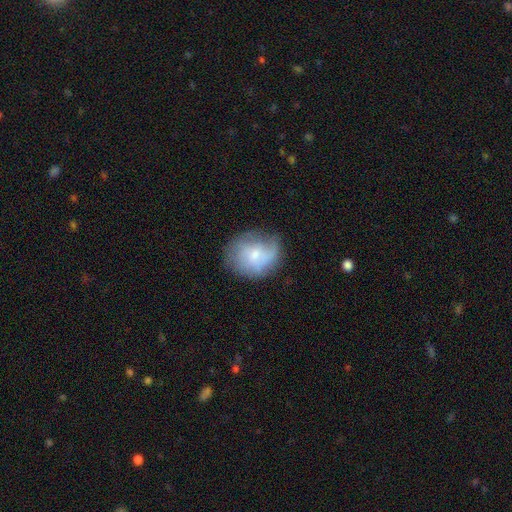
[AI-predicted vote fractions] A smooth galaxy with no disk features (53%) that is round (68%). Merging: none (55%).